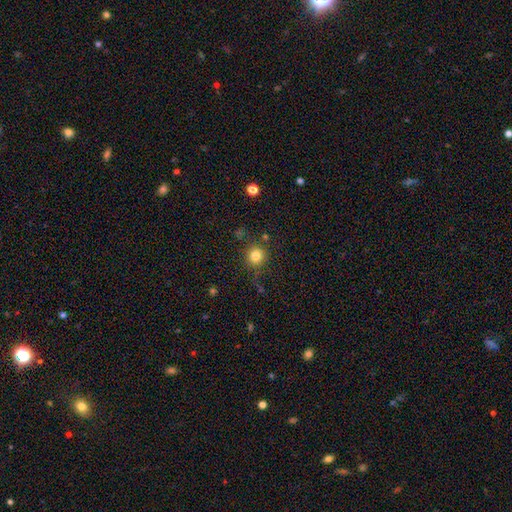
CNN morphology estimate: The model was most divided on "smooth or featured": smooth: 82%, star or artifact: 12%, featured or disk: 6%. More confident: how rounded — round (90%); merging — none (83%).